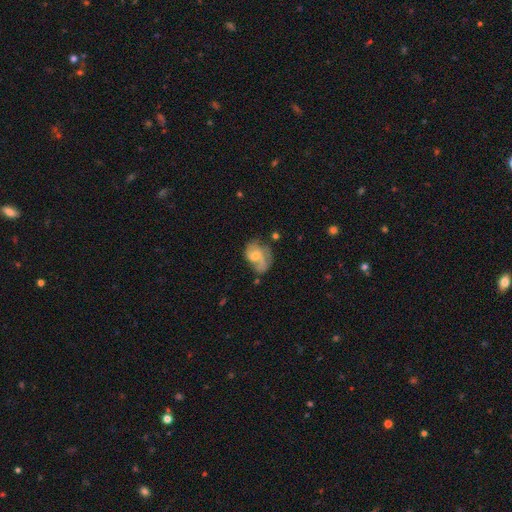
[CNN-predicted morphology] Smooth or featured? Predicted: featured or disk (p=0.64). Edge-on disk? Predicted: no (p=0.97). Bar? Predicted: no (p=0.58). Spiral arms? Predicted: yes (p=0.83). Spiral winding? Predicted: medium (p=0.44). Spiral arm count? Predicted: 2 (p=0.57). Bulge size? Predicted: moderate (p=0.49). Merging? Predicted: none (p=0.43).